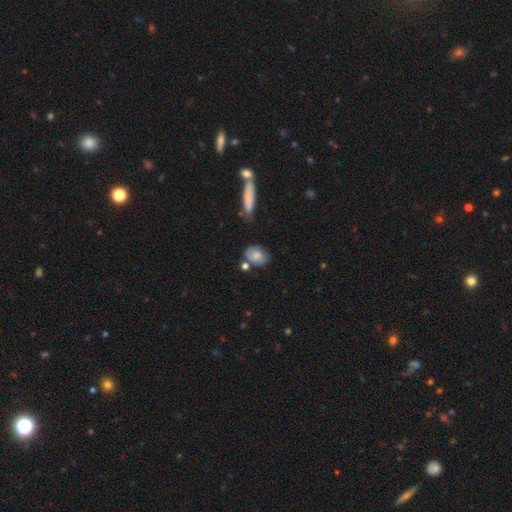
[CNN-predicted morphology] This is likely a smooth galaxy (71%). How rounded: likely in between (66%). Merging: likely none (62%).